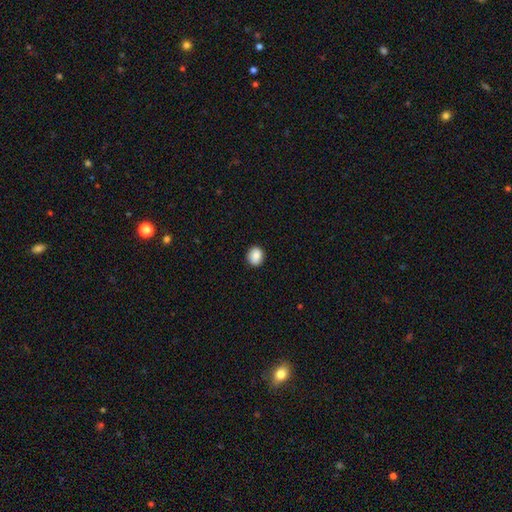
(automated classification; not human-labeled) A smooth galaxy with no disk features (86%) that is round (71%). Merging: none (88%).